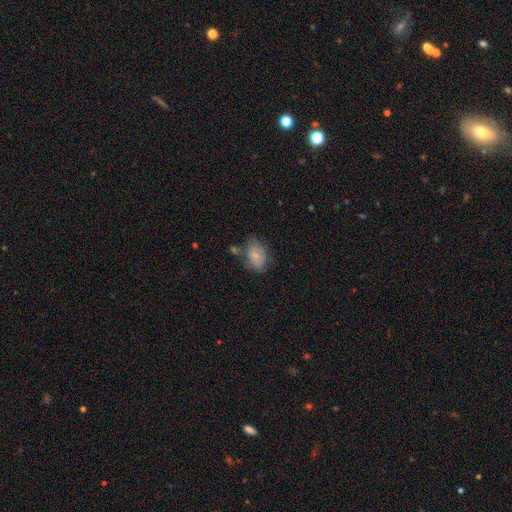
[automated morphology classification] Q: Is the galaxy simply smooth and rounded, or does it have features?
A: smooth — 76%.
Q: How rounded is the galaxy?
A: in between — 81%.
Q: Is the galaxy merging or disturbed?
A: none — 53%.